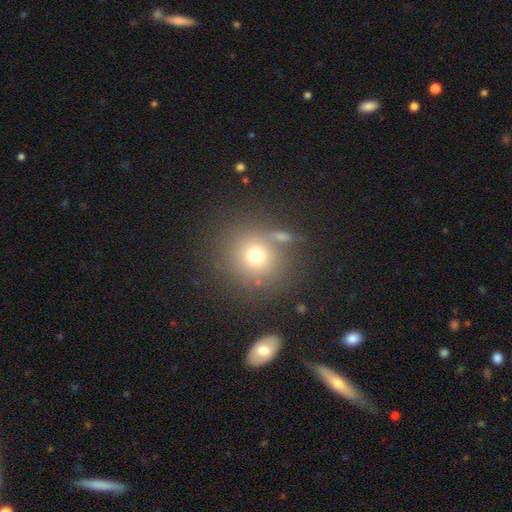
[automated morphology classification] A smooth galaxy with no disk features (71%) that is round (89%). Merging: none (74%).